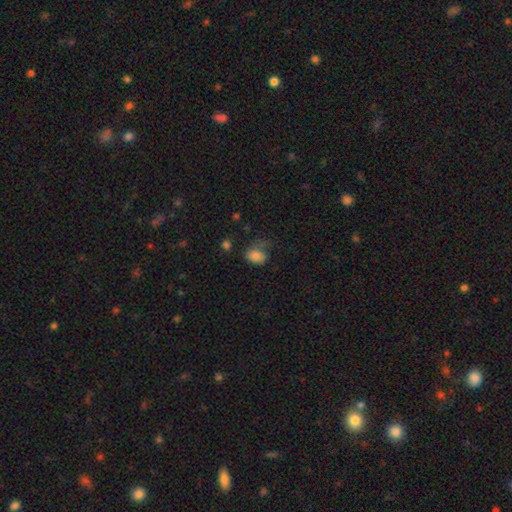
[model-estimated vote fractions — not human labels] Q: Smooth or featured?
A: smooth (79%); runner-up: star or artifact (11%)
Q: How rounded?
A: in between (70%); runner-up: round (28%)
Q: Merging?
A: none (39%); runner-up: minor disturbance (30%)